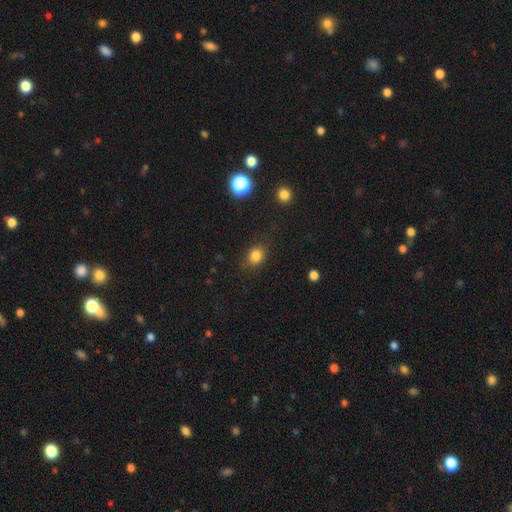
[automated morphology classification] type=smooth (83%); roundness=round (65%); merging=none (80%).